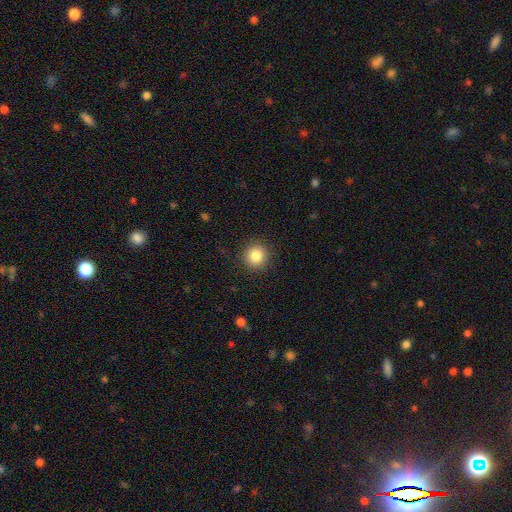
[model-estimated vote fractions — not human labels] smooth 85%, star or artifact 10%, featured or disk 5%. Down the decision tree: how rounded — round (93%); merging — none (91%).